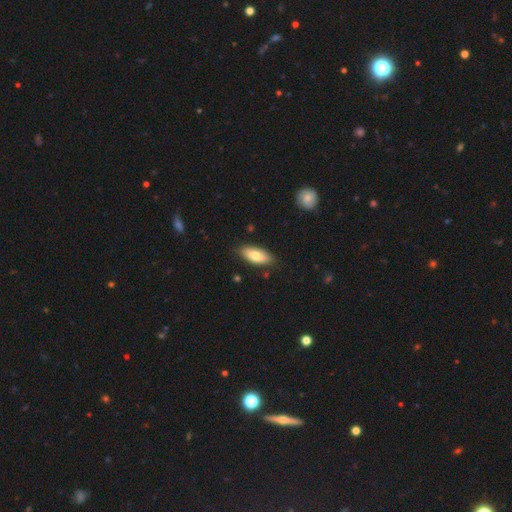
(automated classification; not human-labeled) The model was most divided on "smooth or featured": smooth: 76%, featured or disk: 18%, star or artifact: 6%. More confident: merging — none (86%); how rounded — in between (83%).